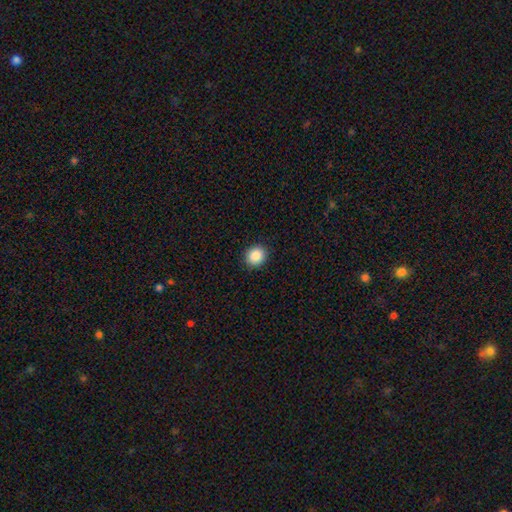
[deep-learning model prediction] Overall: smooth (88%). How rounded: round (74%). Merging: none (90%).